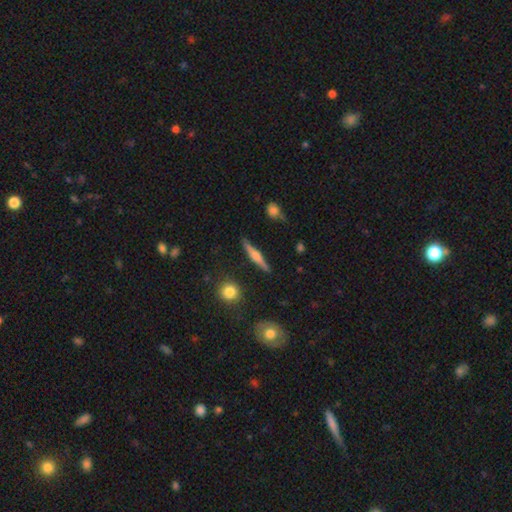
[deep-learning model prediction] A featured or disk galaxy (65%) viewed edge-on (97%) with a rounded central bulge (86%).

Vote fractions:
- Smooth or featured? featured or disk: 65% / smooth: 29% / star or artifact: 6%
- Edge-on disk? yes: 97% / no: 3%
- Edge-on bulge? rounded: 86% / boxy: 8% / none: 6%
- Merging? none: 87% / minor disturbance: 9% / major disturbance: 2% / merger: 2%